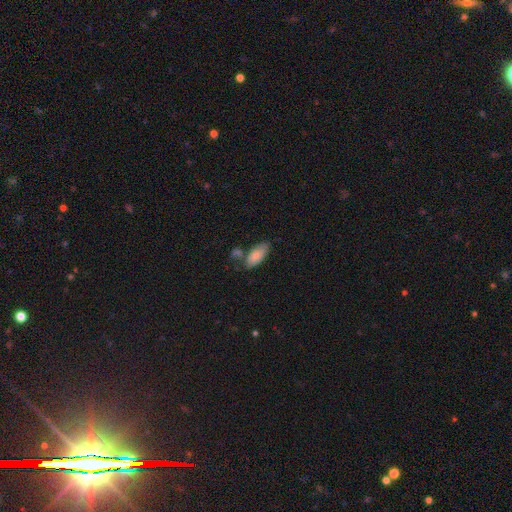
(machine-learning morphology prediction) A smooth galaxy with no disk features (78%) that is in between round and cigar-shaped (88%).

Vote fractions:
- Smooth or featured? smooth: 78% / featured or disk: 15% / star or artifact: 7%
- How rounded? in between: 88% / cigar-shaped: 10% / round: 2%
- Merging? none: 62% / minor disturbance: 18% / merger: 15% / major disturbance: 4%